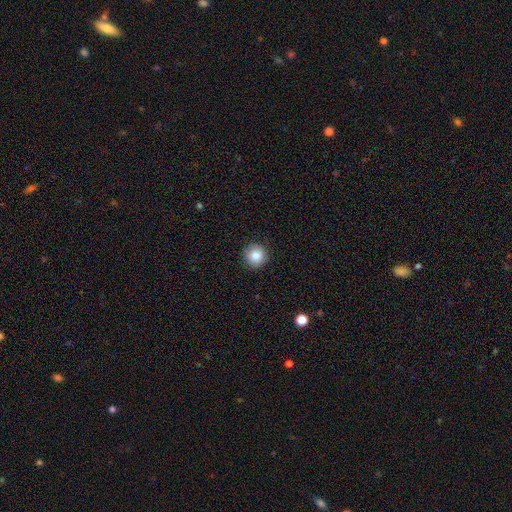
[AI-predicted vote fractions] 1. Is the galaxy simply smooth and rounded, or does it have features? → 83% smooth, 9% star or artifact, 8% featured or disk.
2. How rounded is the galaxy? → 95% round, 4% in between, 1% cigar-shaped.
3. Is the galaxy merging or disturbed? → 91% none, 6% minor disturbance, 2% major disturbance, 1% merger.